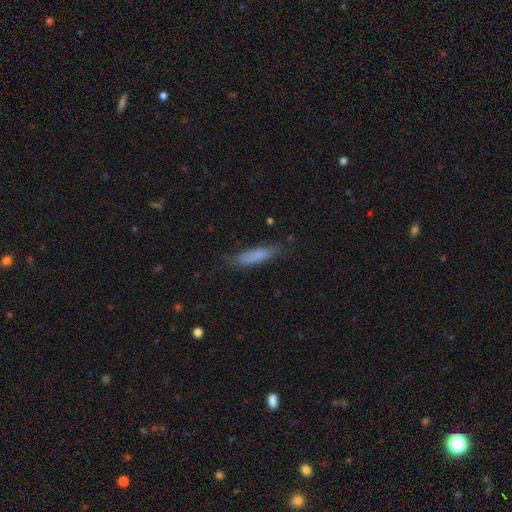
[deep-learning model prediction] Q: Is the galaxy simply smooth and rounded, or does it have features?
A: smooth — 79%.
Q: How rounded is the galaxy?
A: cigar-shaped — 74%.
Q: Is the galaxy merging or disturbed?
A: none — 76%.